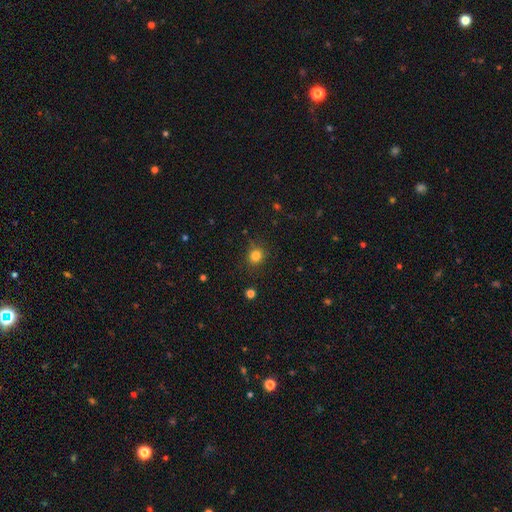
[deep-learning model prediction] smooth-or-featured: smooth: 81% | star or artifact: 13% | featured or disk: 5%
  how-rounded: round: 82% | in between: 17% | cigar-shaped: 1%
  merging: none: 85% | minor disturbance: 11% | major disturbance: 3% | merger: 1%